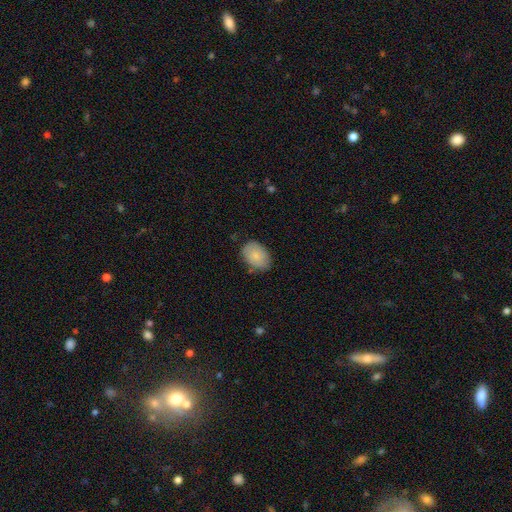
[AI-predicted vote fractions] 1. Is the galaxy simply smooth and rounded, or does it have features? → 81% smooth, 12% featured or disk, 6% star or artifact.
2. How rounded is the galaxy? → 81% in between, 18% round, 1% cigar-shaped.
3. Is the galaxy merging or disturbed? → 77% none, 18% minor disturbance, 4% major disturbance, 2% merger.